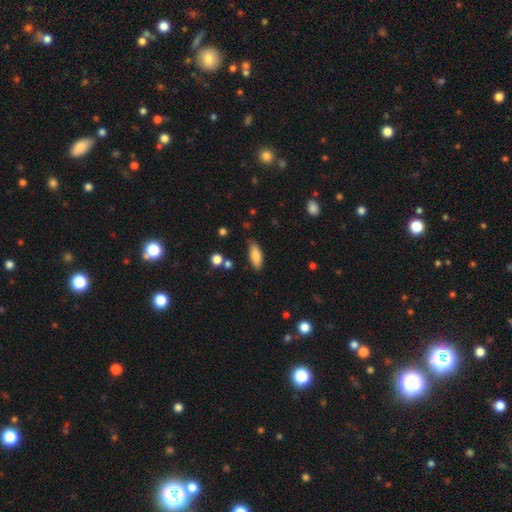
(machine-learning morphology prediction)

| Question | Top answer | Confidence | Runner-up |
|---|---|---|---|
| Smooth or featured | smooth | 82% | featured or disk (11%) |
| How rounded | in between | 75% | cigar-shaped (23%) |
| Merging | none | 78% | minor disturbance (17%) |